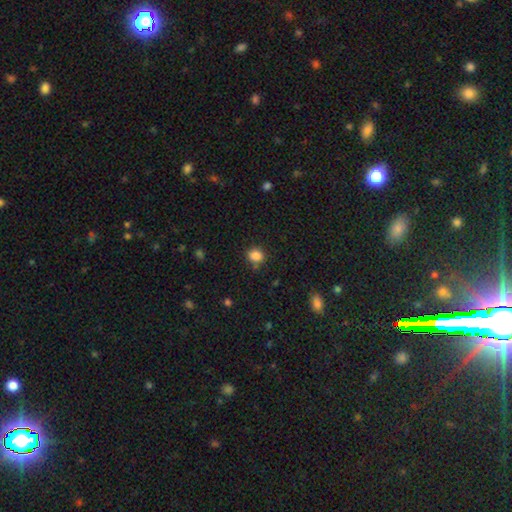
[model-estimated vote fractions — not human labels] smooth 85%, star or artifact 11%, featured or disk 4%. Down the decision tree: how rounded — round (76%); merging — none (81%).